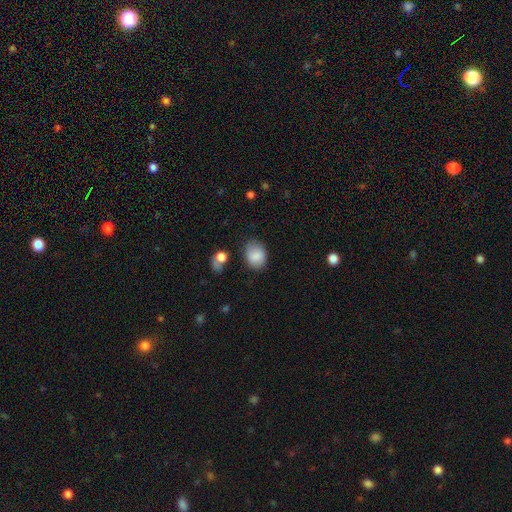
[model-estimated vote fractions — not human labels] smooth-or-featured: smooth: 82% | featured or disk: 10% | star or artifact: 8%
  how-rounded: in between: 61% | round: 38% | cigar-shaped: 1%
  merging: none: 71% | minor disturbance: 20% | major disturbance: 5% | merger: 3%